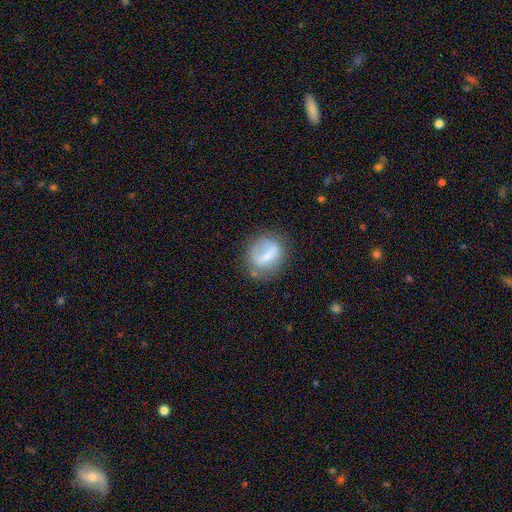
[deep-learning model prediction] smooth 52%, featured or disk 39%, star or artifact 9%. Down the decision tree: how rounded — round (55%); merging — none (65%).